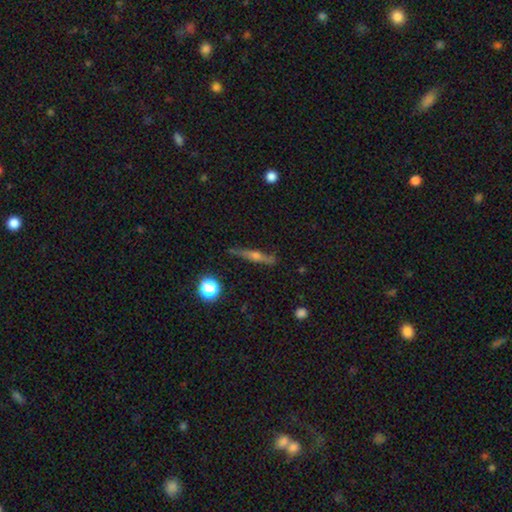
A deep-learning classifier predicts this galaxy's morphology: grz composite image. It shows a featured or disk galaxy (62%) viewed edge-on (95%) with a rounded central bulge (86%). Merging: none (84%).